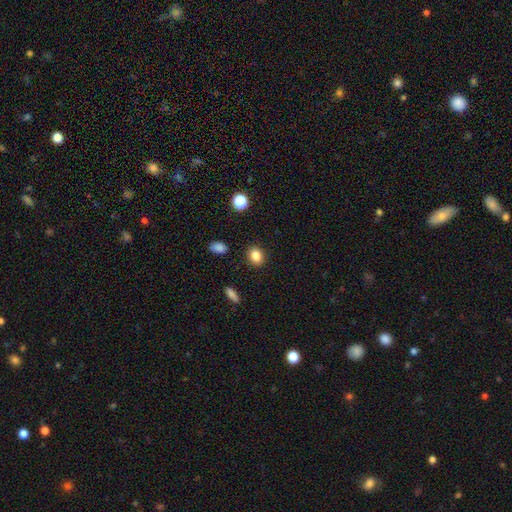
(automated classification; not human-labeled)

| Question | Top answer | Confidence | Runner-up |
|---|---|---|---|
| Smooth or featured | smooth | 85% | star or artifact (10%) |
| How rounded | round | 53% | in between (46%) |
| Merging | none | 89% | minor disturbance (7%) |